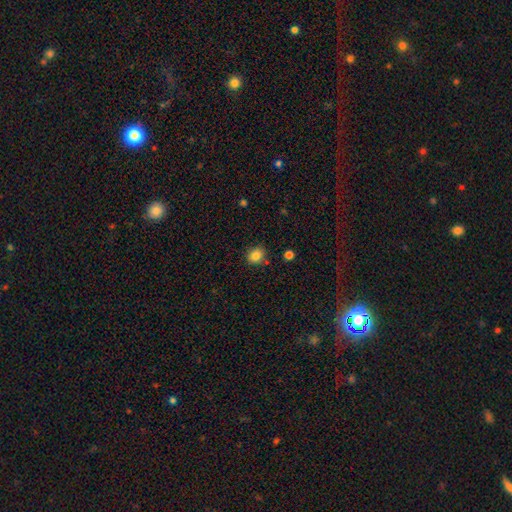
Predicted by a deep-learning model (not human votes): smooth 83%, star or artifact 11%, featured or disk 6%. Down the decision tree: how rounded — round (69%); merging — none (83%).